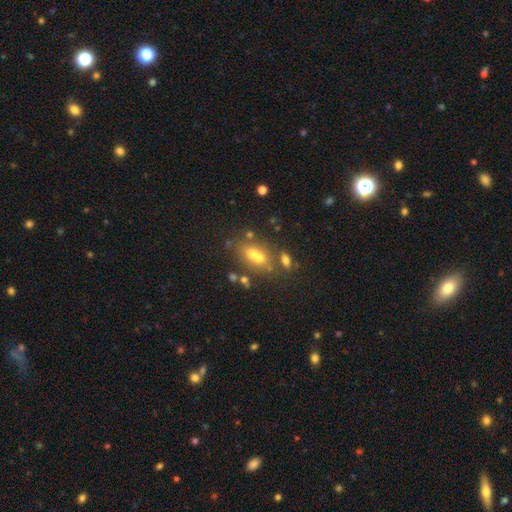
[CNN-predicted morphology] The model was most divided on "smooth or featured": smooth: 52%, featured or disk: 25%, star or artifact: 23%. More confident: how rounded — in between (71%); merging — none (55%).